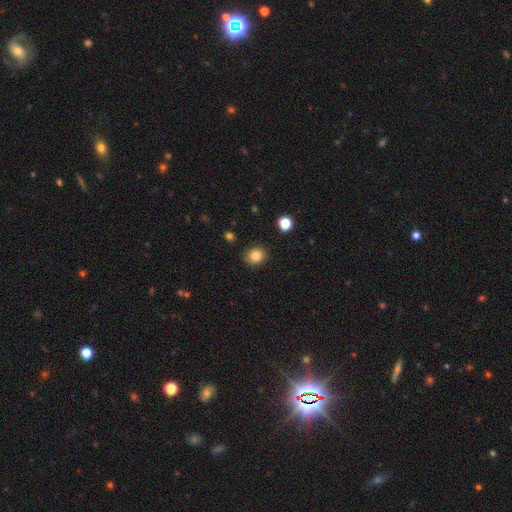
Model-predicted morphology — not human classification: The model was most divided on "how rounded": round: 79%, in between: 20%, cigar-shaped: 1%. More confident: merging — none (88%); smooth or featured — smooth (84%).